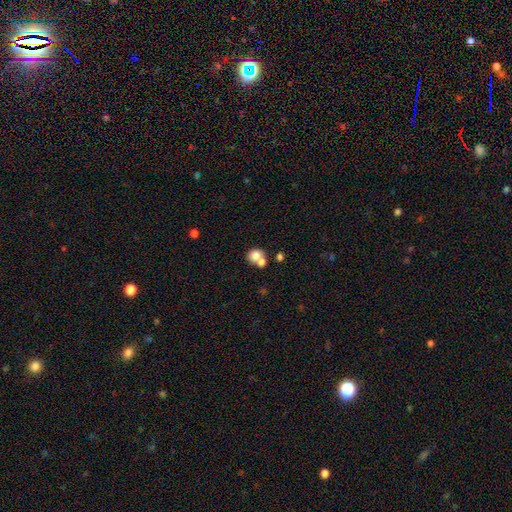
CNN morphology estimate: type=smooth (74%); roundness=round (73%); merging=merger (52%).